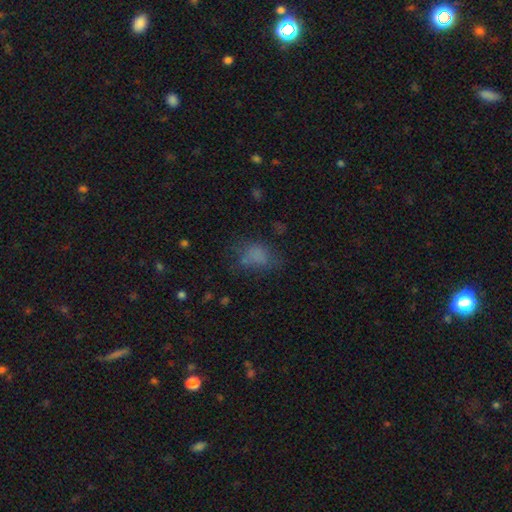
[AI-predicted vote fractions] This is likely a smooth galaxy (70%). How rounded: likely in between (69%). Merging: possibly none (51%).